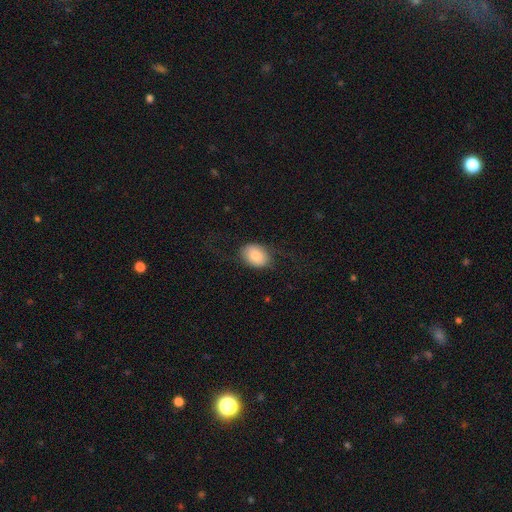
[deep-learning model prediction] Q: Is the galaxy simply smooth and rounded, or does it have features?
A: smooth — 77%.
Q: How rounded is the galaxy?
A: in between — 77%.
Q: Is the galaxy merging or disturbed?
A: none — 70%.